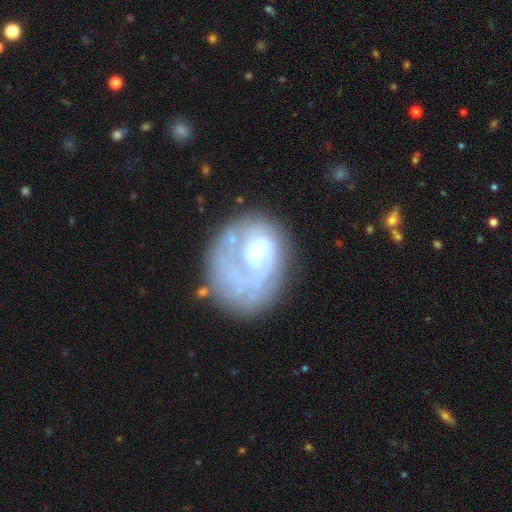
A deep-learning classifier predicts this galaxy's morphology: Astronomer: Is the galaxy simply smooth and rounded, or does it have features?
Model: featured or disk — 64%.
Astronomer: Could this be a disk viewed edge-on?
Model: no — 98%.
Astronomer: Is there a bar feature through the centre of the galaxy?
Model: no — 60%.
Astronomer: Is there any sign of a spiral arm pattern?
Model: yes — 55% (runner-up: no, 45%).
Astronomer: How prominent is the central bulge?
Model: none — 42% (runner-up: moderate, 23%).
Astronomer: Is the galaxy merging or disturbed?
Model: none — 49%.